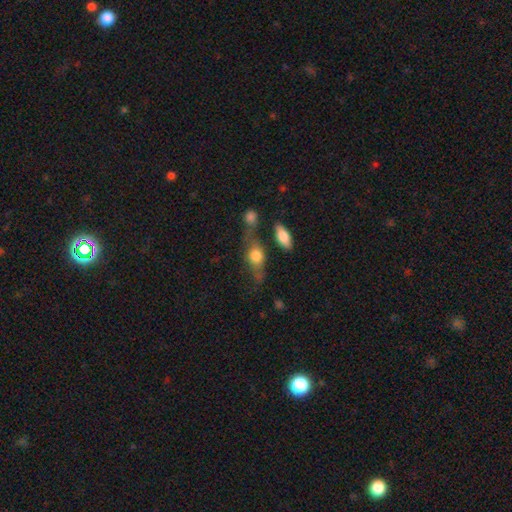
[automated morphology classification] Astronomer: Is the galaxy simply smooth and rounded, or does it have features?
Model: smooth — 66%.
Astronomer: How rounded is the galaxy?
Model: in between — 64%.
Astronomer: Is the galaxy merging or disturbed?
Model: none — 48%.